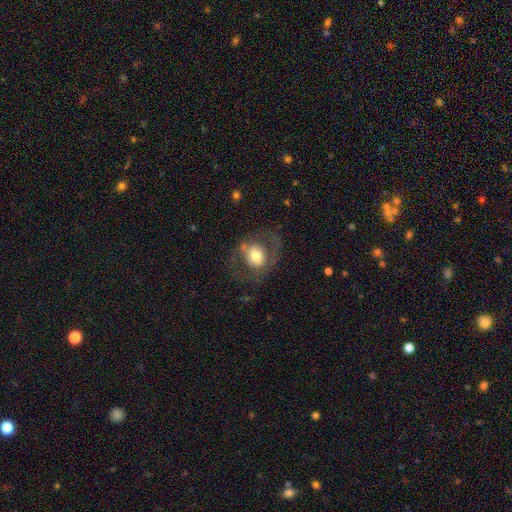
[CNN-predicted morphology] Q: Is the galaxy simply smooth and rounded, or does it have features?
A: smooth — 51%.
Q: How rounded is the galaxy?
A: round — 65%.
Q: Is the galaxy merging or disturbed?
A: none — 60%.